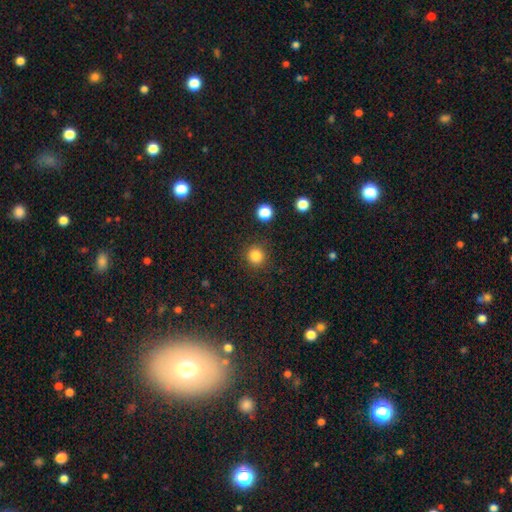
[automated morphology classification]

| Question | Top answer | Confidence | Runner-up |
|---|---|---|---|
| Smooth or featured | smooth | 84% | star or artifact (12%) |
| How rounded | round | 94% | in between (5%) |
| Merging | none | 89% | minor disturbance (6%) |